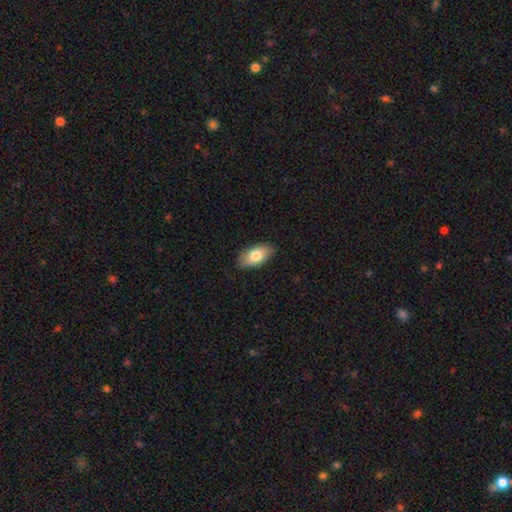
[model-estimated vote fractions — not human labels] Overall: smooth (78%). How rounded: in between (93%). Merging: none (87%).